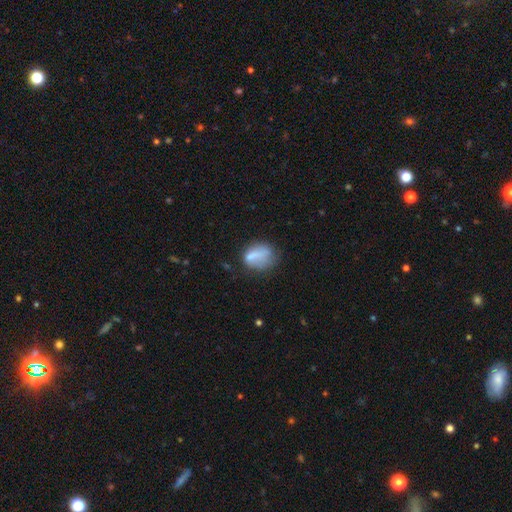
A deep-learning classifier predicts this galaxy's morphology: Smooth or featured? smooth (70%)
How rounded? in between (59%)
Merging? none (44%)